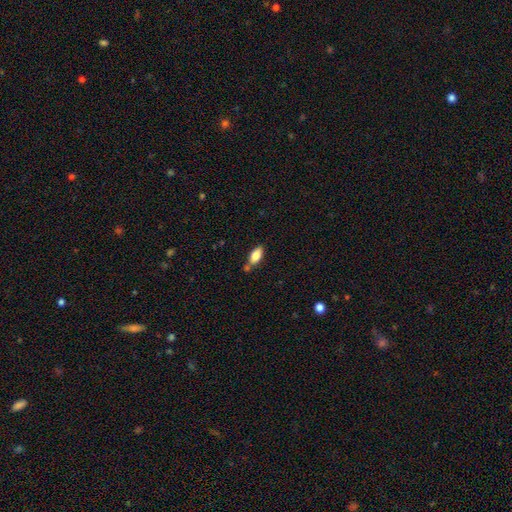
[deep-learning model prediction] Smooth or featured? smooth (80%)
How rounded? in between (85%)
Merging? none (65%)